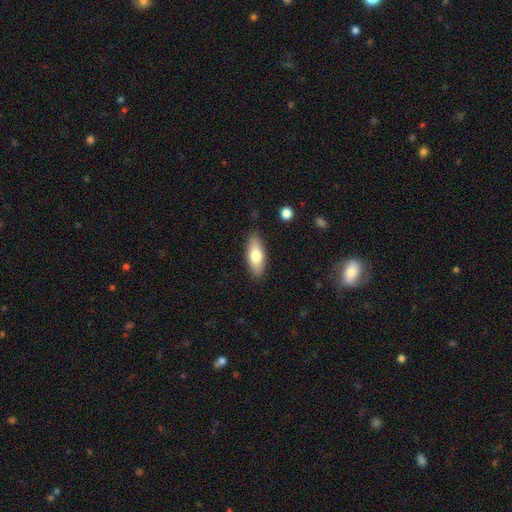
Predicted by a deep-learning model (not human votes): Smooth or featured? smooth (74%)
How rounded? in between (75%)
Merging? none (86%)